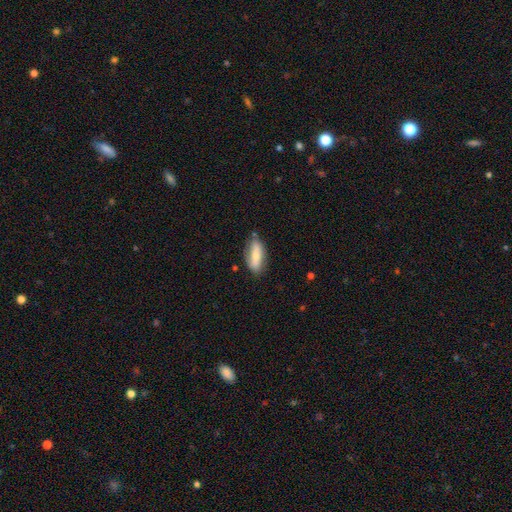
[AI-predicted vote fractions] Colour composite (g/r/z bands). It shows a smooth galaxy with no disk features (67%) that is in between round and cigar-shaped (73%). Merging: none (71%).